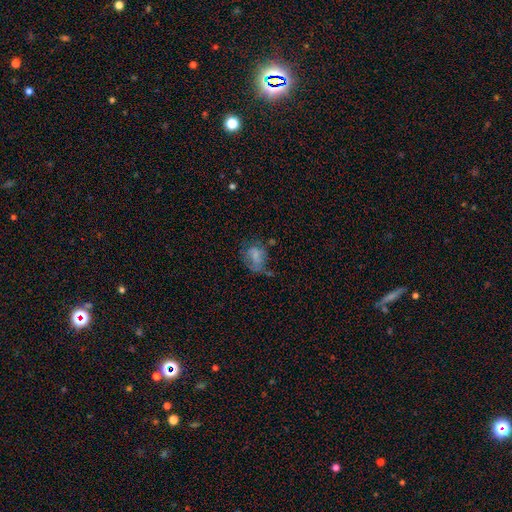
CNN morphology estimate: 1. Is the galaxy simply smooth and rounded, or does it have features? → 58% smooth, 30% featured or disk, 13% star or artifact.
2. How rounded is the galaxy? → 67% in between, 31% round, 1% cigar-shaped.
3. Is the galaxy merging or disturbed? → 33% none, 30% major disturbance, 29% minor disturbance, 8% merger.